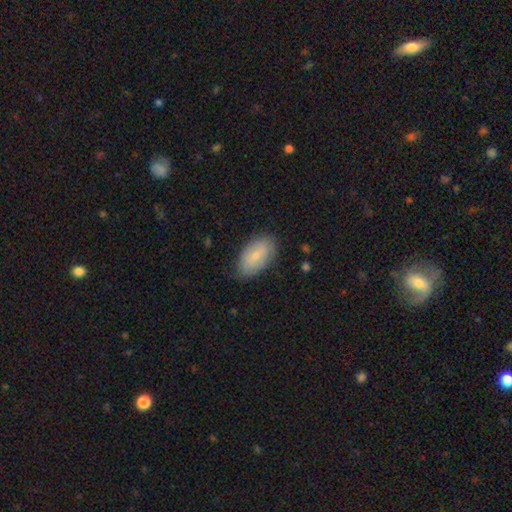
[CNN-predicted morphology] A smooth galaxy with no disk features (63%) that is in between round and cigar-shaped (94%).

Vote fractions:
- Smooth or featured? smooth: 63% / featured or disk: 30% / star or artifact: 6%
- How rounded? in between: 94% / round: 4% / cigar-shaped: 2%
- Merging? none: 78% / minor disturbance: 18% / major disturbance: 3% / merger: 1%